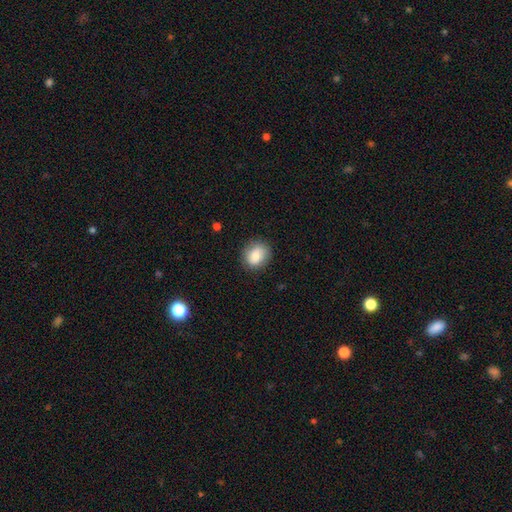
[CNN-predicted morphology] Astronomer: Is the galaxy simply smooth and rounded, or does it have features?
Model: smooth — 78%.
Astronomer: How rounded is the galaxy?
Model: round — 72%.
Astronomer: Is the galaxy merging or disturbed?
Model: none — 82%.